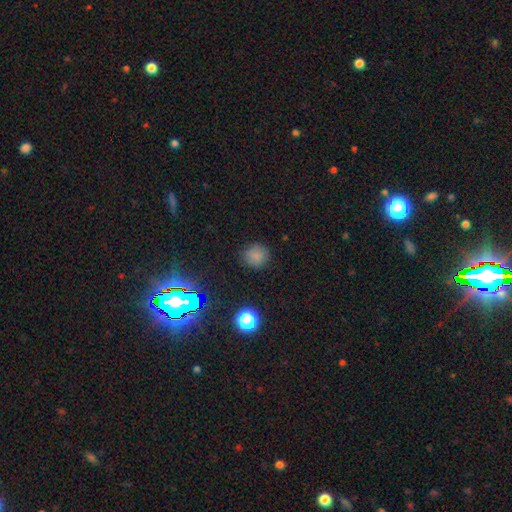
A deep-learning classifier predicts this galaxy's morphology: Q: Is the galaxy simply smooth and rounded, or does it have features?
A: smooth — 76%.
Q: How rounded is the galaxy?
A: round — 89%.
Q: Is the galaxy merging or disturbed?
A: none — 85%.